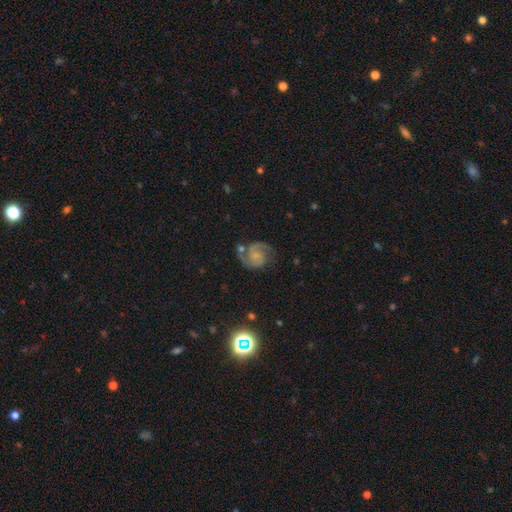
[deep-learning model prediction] Smooth or featured? featured or disk (88%)
Edge-on disk? no (98%)
Bar? no (60%)
Spiral arms? yes (98%)
Spiral winding? medium (54%)
Spiral arm count? 2 (92%)
Bulge size? small (53%)
Merging? none (71%)